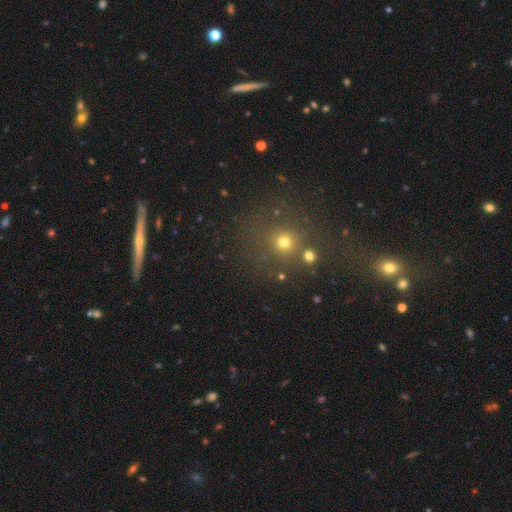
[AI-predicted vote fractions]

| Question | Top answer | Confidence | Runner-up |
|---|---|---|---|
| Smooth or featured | smooth | 43% | star or artifact (41%) |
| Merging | none | 74% | merger (14%) |